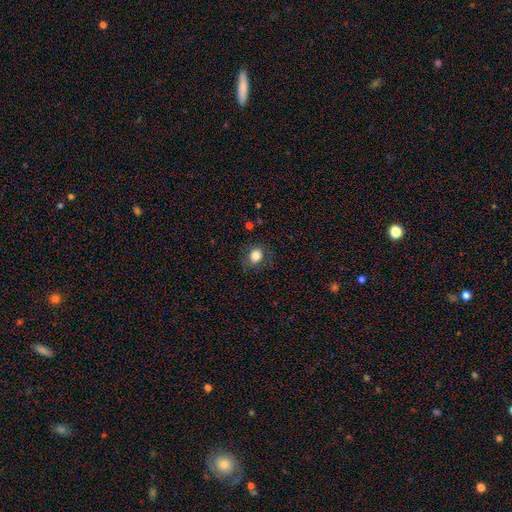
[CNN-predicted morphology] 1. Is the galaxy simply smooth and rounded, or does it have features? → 82% smooth, 10% star or artifact, 8% featured or disk.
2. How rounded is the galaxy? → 55% round, 44% in between, 1% cigar-shaped.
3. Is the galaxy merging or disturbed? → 81% none, 13% minor disturbance, 5% major disturbance, 1% merger.